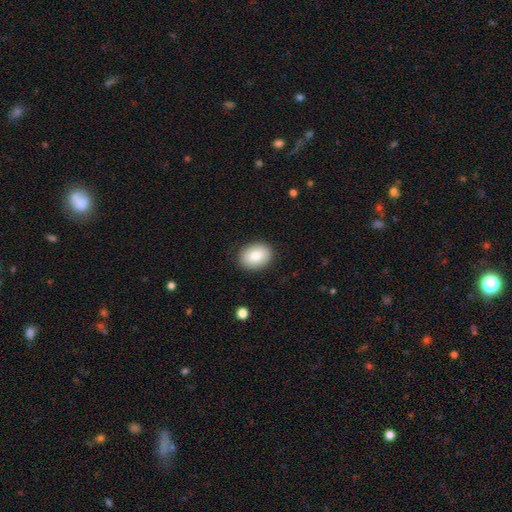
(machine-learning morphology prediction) Smooth or featured? Predicted: smooth (p=0.82). How rounded? Predicted: in between (p=0.64). Merging? Predicted: none (p=0.89).